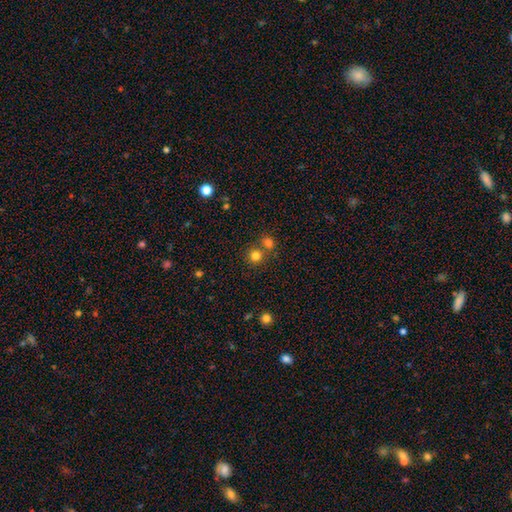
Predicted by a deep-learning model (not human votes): Smooth or featured: smooth — 78% (star or artifact — 16%)
How rounded: round — 90% (in between — 9%)
Merging: none — 62% (merger — 29%)